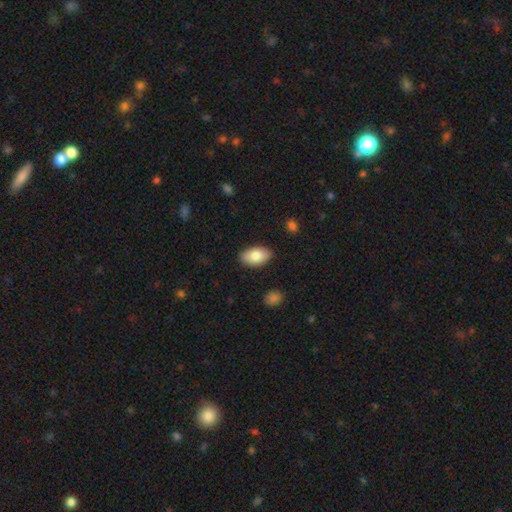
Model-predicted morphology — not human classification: Smooth or featured? Predicted: smooth (p=0.83). How rounded? Predicted: in between (p=0.95). Merging? Predicted: none (p=0.88).